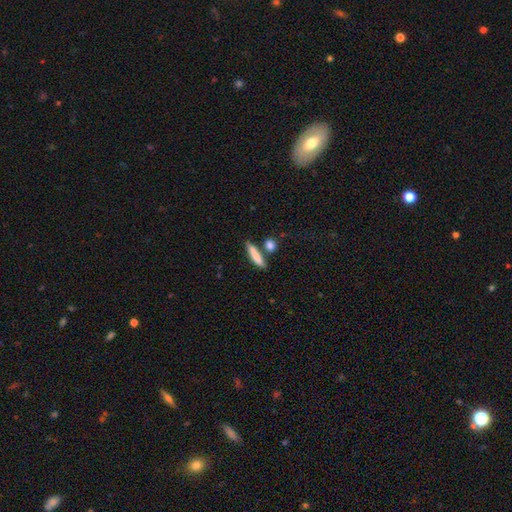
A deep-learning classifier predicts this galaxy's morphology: Smooth or featured? Predicted: smooth (p=0.79). How rounded? Predicted: cigar-shaped (p=0.75). Merging? Predicted: none (p=0.70).